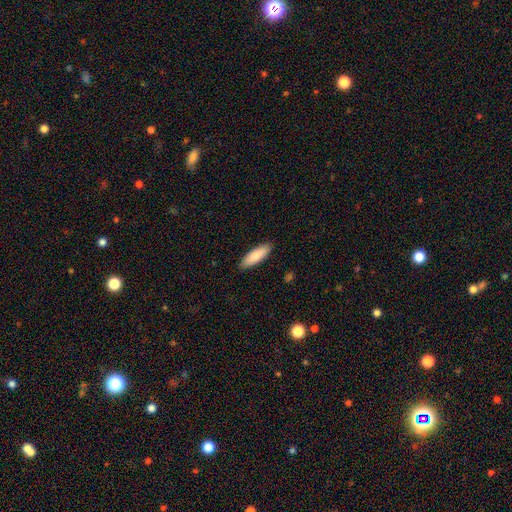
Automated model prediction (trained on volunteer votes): Smooth or featured? Predicted: smooth (p=0.87). How rounded? Predicted: cigar-shaped (p=0.50). Merging? Predicted: none (p=0.89).